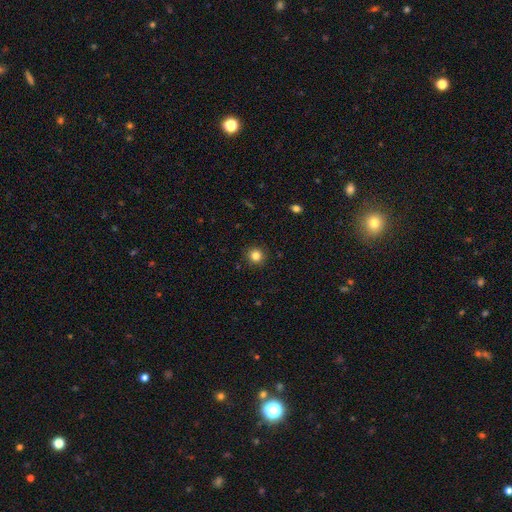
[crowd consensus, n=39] smooth 92%, star or artifact 5%, featured or disk 3%. Down the decision tree: how rounded — round (92%); merging — none (92%).